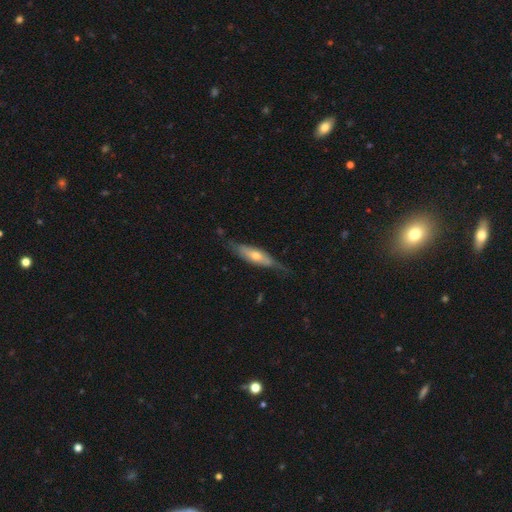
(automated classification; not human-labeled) Overall: featured or disk (54%; smooth 40%). Edge-on disk: yes (63%; no 37%). Merging: none (64%; minor disturbance 26%).